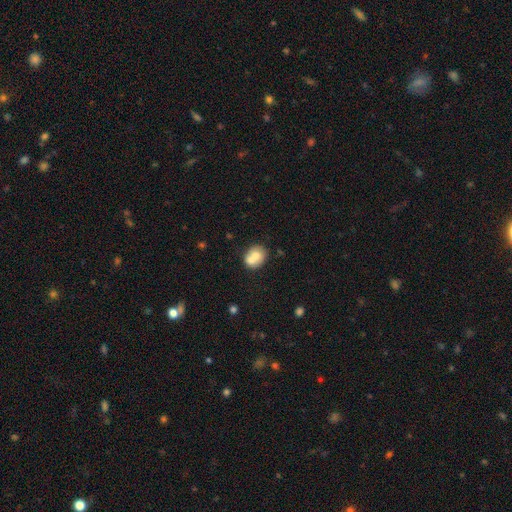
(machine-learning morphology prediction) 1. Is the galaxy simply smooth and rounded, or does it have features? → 68% smooth, 24% featured or disk, 8% star or artifact.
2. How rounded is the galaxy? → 62% round, 37% in between, 1% cigar-shaped.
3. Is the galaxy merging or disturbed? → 51% merger, 36% none, 10% minor disturbance, 3% major disturbance.